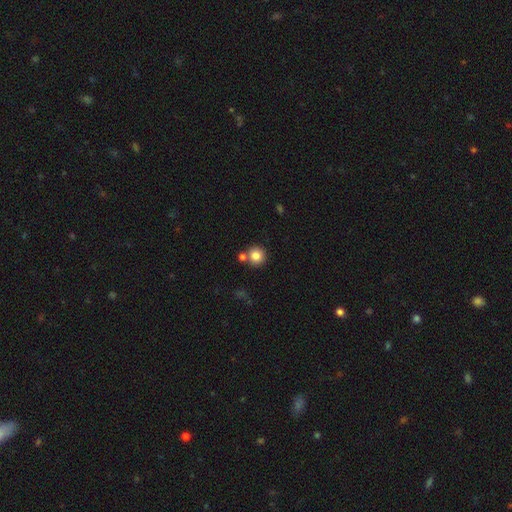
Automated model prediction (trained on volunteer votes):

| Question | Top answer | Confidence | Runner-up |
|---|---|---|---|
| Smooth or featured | smooth | 83% | star or artifact (10%) |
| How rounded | round | 94% | in between (5%) |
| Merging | none | 73% | merger (17%) |